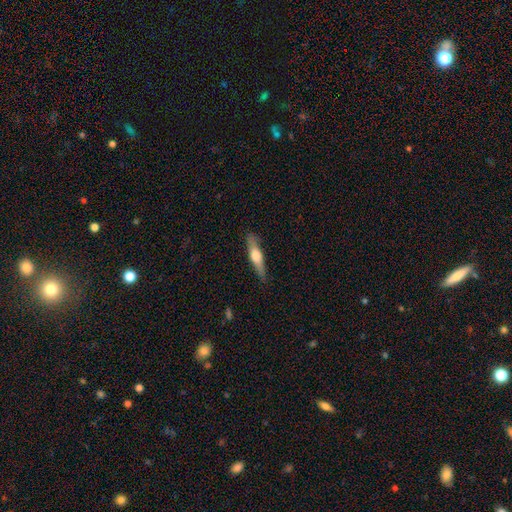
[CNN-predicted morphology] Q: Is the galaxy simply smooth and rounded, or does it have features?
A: featured or disk — 53%.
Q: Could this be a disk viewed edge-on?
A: yes — 94%.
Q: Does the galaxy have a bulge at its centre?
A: rounded — 88%.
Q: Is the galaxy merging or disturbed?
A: none — 84%.